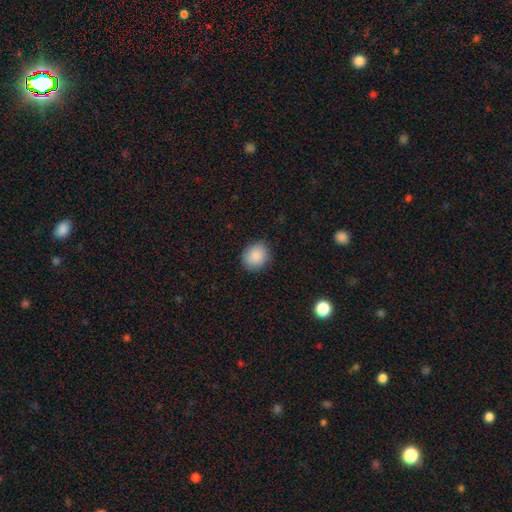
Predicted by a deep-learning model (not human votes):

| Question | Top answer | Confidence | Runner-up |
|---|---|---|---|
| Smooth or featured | smooth | 89% | star or artifact (7%) |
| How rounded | round | 68% | in between (31%) |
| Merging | none | 87% | minor disturbance (10%) |